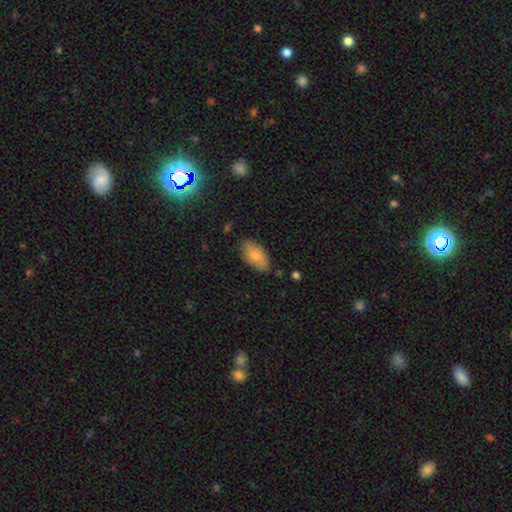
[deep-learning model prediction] A smooth galaxy with no disk features (72%) that is in between round and cigar-shaped (94%). Merging: none (77%).